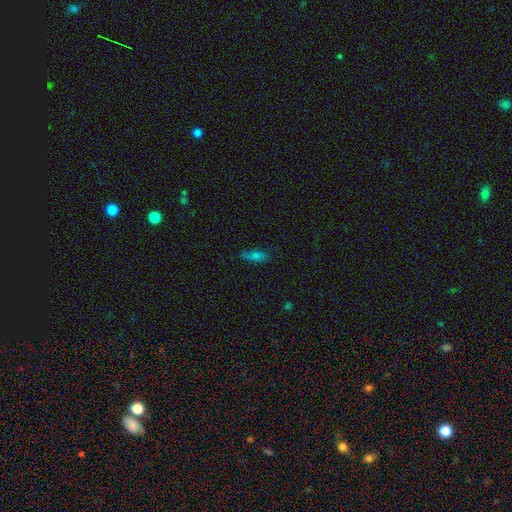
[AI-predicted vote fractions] A smooth galaxy with no disk features (67%) that is in between round and cigar-shaped (55%). Merging: none (80%).